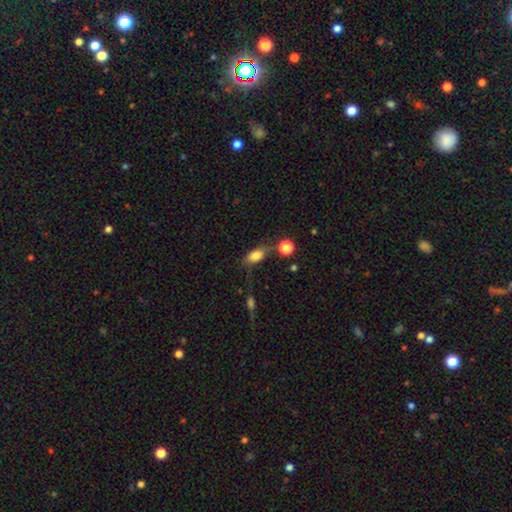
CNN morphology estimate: Q: Smooth or featured?
A: smooth (79%); runner-up: featured or disk (12%)
Q: How rounded?
A: in between (81%); runner-up: round (12%)
Q: Merging?
A: none (51%); runner-up: minor disturbance (22%)